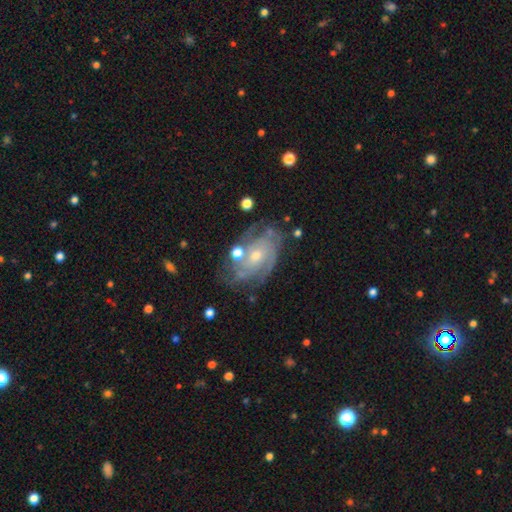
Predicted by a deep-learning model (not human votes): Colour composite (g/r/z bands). It shows a featured or disk galaxy (84%) with no bar (69%), tight (60%) spiral arms (94%) and a small central bulge (54%). Merging: none (67%).